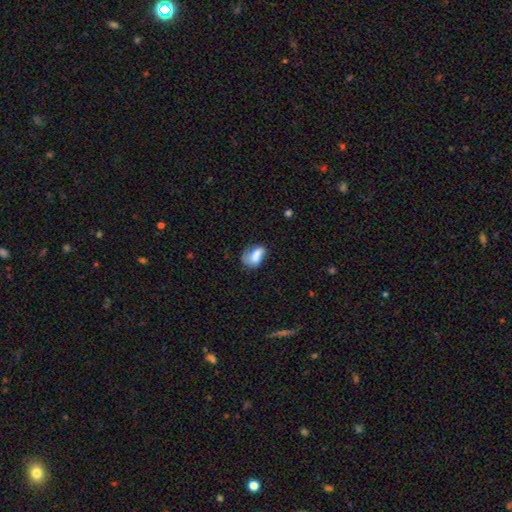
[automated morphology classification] Q: Smooth or featured?
A: smooth (74%); runner-up: featured or disk (17%)
Q: How rounded?
A: in between (85%); runner-up: round (12%)
Q: Merging?
A: none (37%); runner-up: minor disturbance (33%)